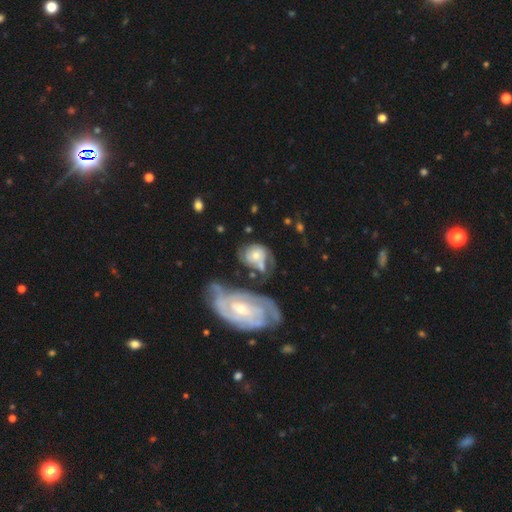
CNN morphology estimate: Q: Smooth or featured?
A: featured or disk (57%); runner-up: smooth (35%)
Q: Edge-on disk?
A: no (95%); runner-up: yes (5%)
Q: Bar?
A: no (71%); runner-up: weak (22%)
Q: Spiral arms?
A: yes (77%); runner-up: no (23%)
Q: Bulge size?
A: small (47%); runner-up: moderate (45%)
Q: Merging?
A: merger (35%); runner-up: none (33%)